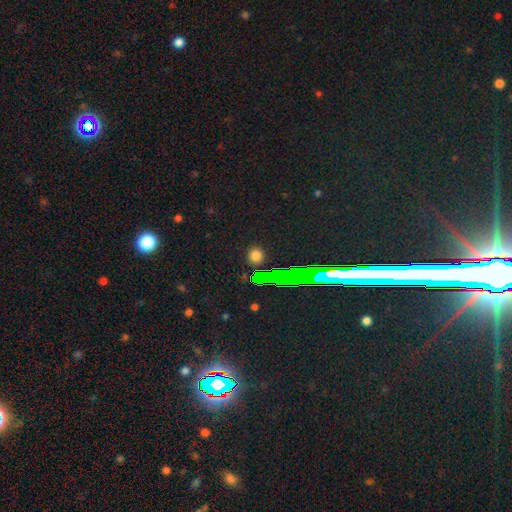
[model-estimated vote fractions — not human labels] This is likely a smooth galaxy (72%). How rounded: clearly round (86%). Merging: clearly none (89%).